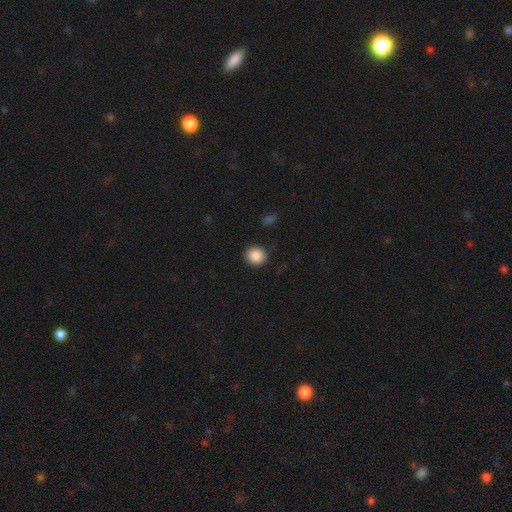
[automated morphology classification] Smooth or featured? smooth (88%)
How rounded? round (90%)
Merging? none (91%)